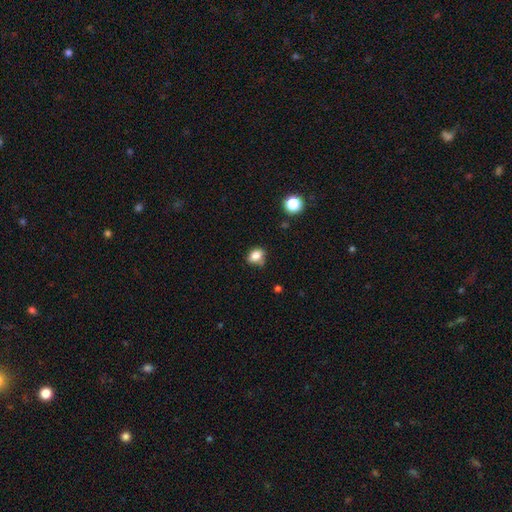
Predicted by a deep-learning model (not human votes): Smooth or featured: smooth — 80% (star or artifact — 11%)
How rounded: in between — 54% (round — 45%)
Merging: none — 65% (minor disturbance — 25%)